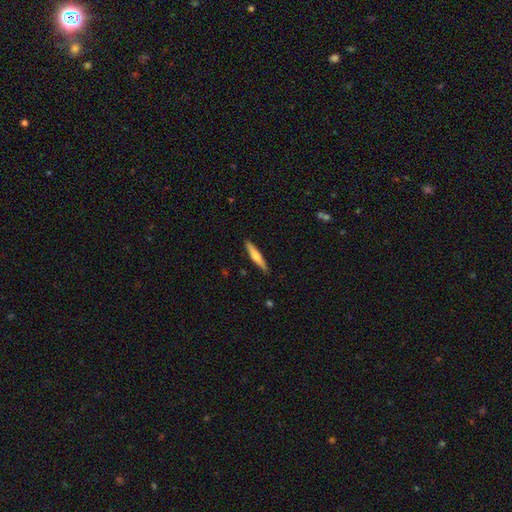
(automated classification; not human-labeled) Smooth or featured? Predicted: smooth (p=0.49). Merging? Predicted: none (p=0.89).